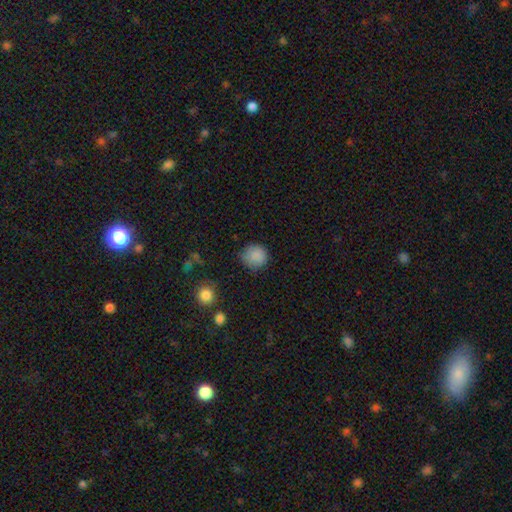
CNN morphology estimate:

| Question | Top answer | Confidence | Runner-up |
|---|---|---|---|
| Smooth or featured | smooth | 86% | star or artifact (9%) |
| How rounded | round | 90% | in between (9%) |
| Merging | none | 79% | minor disturbance (16%) |